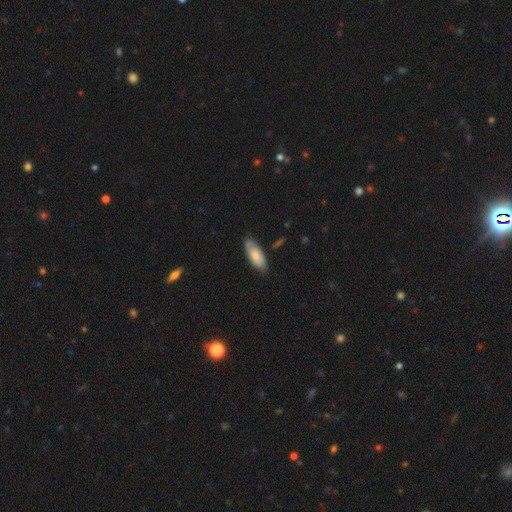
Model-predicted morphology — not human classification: Q: Smooth or featured?
A: smooth (69%); runner-up: featured or disk (26%)
Q: How rounded?
A: in between (83%); runner-up: cigar-shaped (15%)
Q: Merging?
A: none (78%); runner-up: minor disturbance (18%)